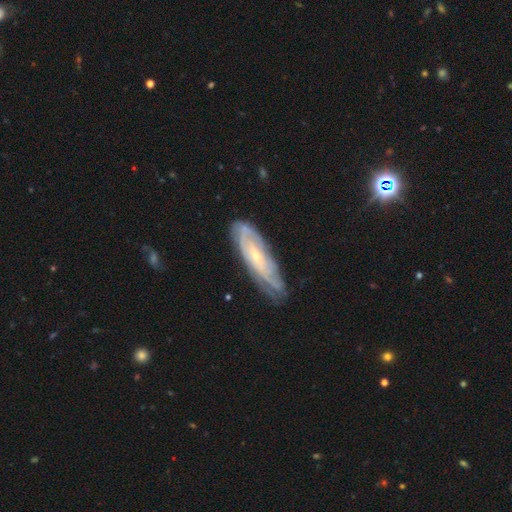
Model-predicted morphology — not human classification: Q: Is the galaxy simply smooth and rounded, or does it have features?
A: featured or disk — 78%.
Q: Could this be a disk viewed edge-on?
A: no — 79%.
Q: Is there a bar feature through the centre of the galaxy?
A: no — 66%.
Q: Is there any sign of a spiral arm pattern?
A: yes — 90%.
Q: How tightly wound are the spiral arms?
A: tight — 70%.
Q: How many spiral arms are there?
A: can't tell — 53%.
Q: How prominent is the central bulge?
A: small — 76%.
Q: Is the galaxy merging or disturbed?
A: none — 75%.